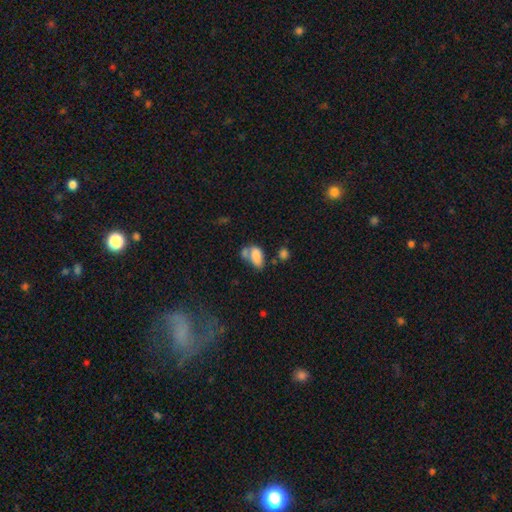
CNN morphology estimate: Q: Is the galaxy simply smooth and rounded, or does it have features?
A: smooth — 81%.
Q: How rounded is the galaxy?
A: in between — 91%.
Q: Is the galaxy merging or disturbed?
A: merger — 40%.